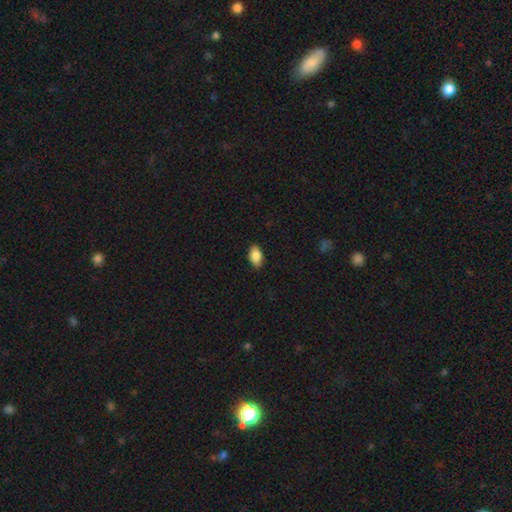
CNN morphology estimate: Smooth or featured: smooth — 85% (featured or disk — 8%)
How rounded: in between — 91% (round — 5%)
Merging: none — 87% (minor disturbance — 10%)